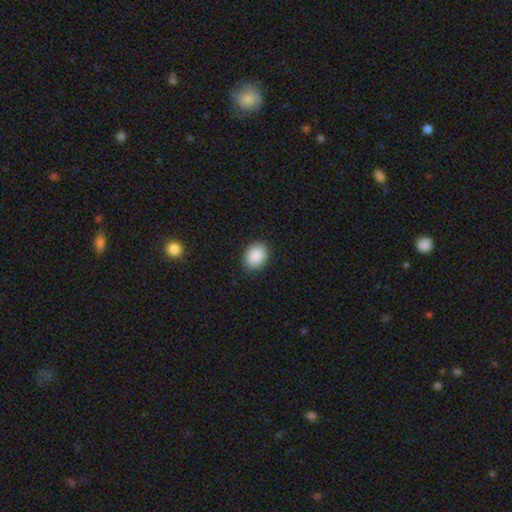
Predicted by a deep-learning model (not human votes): smooth_or_featured: smooth (p=0.90) [alt: star or artifact p=0.07]
how_rounded: in between (p=0.62) [alt: round p=0.37]
merging: none (p=0.89) [alt: minor disturbance p=0.08]